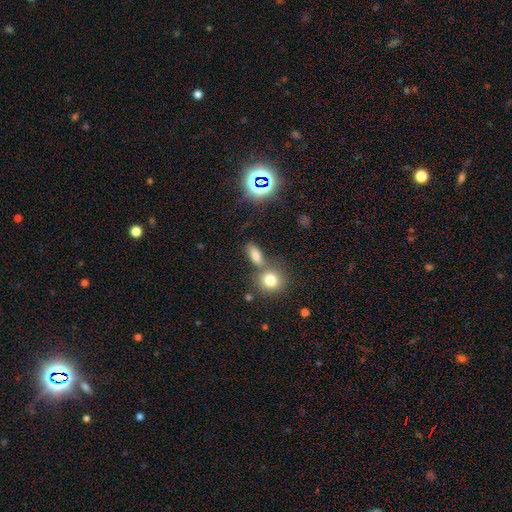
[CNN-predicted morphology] A smooth galaxy with no disk features (73%) that is in between round and cigar-shaped (69%).

Vote fractions:
- Smooth or featured? smooth: 73% / star or artifact: 18% / featured or disk: 9%
- How rounded? in between: 69% / round: 19% / cigar-shaped: 12%
- Merging? none: 61% / merger: 23% / minor disturbance: 12% / major disturbance: 5%